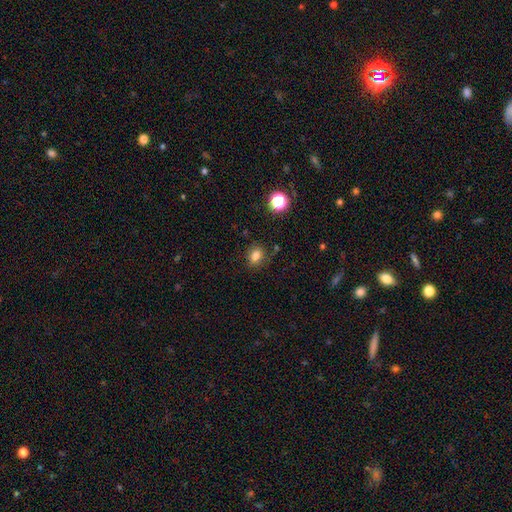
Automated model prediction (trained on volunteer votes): Overall: smooth (80%). How rounded: in between (61%; round 38%). Merging: none (80%).